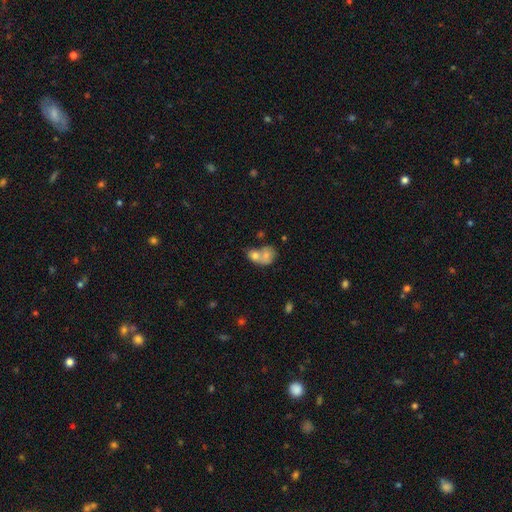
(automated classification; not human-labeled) A smooth galaxy with no disk features (70%) that is in between round and cigar-shaped (56%).

Vote fractions:
- Smooth or featured? smooth: 70% / featured or disk: 21% / star or artifact: 9%
- How rounded? in between: 56% / round: 43% / cigar-shaped: 2%
- Merging? merger: 72% / none: 17% / minor disturbance: 6% / major disturbance: 4%